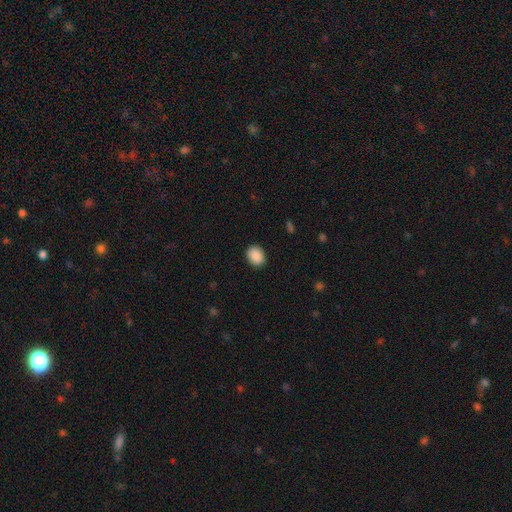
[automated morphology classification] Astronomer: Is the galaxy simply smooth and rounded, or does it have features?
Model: smooth — 90%.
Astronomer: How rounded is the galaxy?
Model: in between — 54% (runner-up: round, 45%).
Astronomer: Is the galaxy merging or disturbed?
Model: none — 89%.